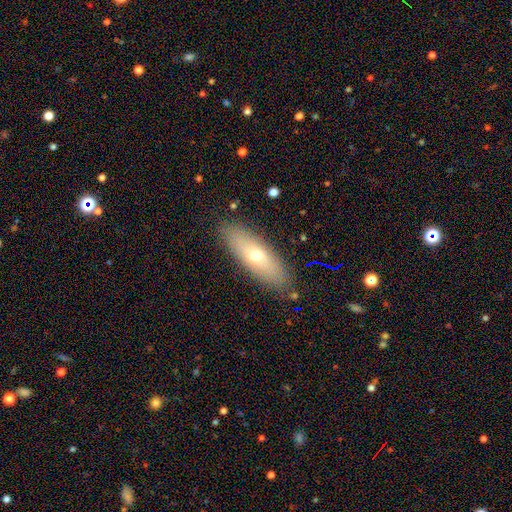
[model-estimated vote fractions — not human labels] This appears to be a smooth galaxy with no disk features (61%) that is in between round and cigar-shaped (55%). Merging: none (87%).